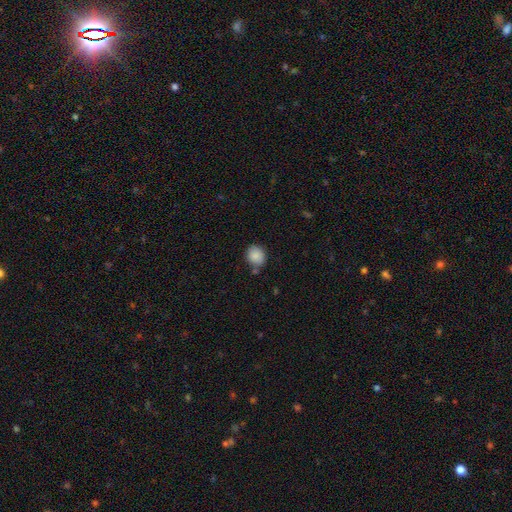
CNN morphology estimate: This is clearly a smooth galaxy (87%). How rounded: likely round (70%). Merging: likely none (72%).